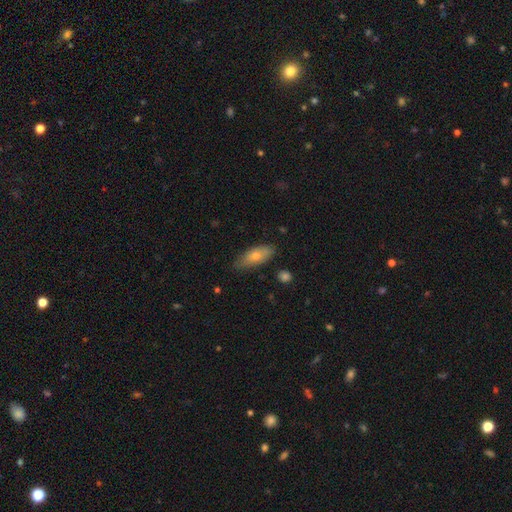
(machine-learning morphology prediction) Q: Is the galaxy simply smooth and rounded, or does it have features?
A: smooth — 65%.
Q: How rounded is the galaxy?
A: in between — 72%.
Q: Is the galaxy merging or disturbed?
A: none — 81%.